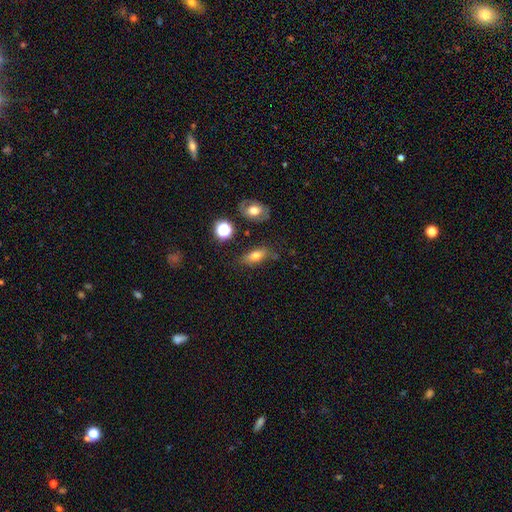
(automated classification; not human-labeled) smooth 67%, featured or disk 21%, star or artifact 12%. Down the decision tree: how rounded — in between (74%); merging — none (71%).